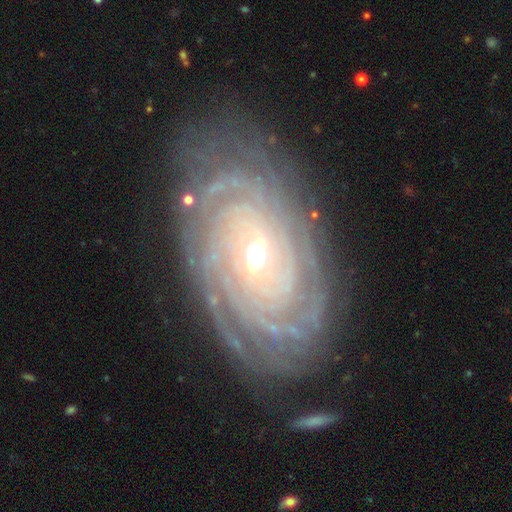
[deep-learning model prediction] featured or disk 91%, star or artifact 5%, smooth 5%. Down the decision tree: edge-on disk — no (96%); bar — no (52%); spiral arms — yes (98%); spiral arm count — can't tell (25%); spiral winding — tight (87%); bulge size — moderate (54%); merging — none (81%).